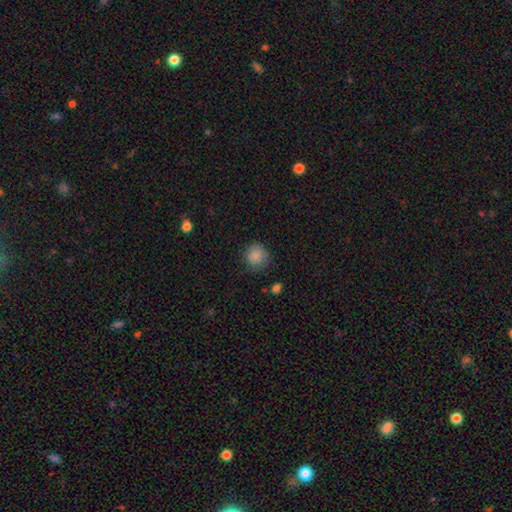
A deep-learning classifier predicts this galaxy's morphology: Smooth or featured: smooth — 86% (star or artifact — 9%)
How rounded: round — 91% (in between — 8%)
Merging: none — 78% (minor disturbance — 16%)